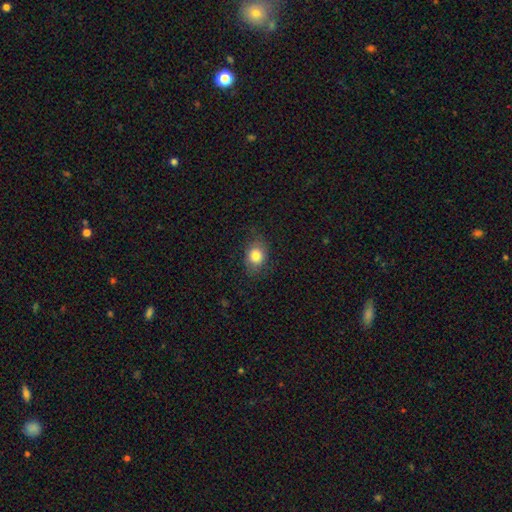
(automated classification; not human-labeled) Q: Smooth or featured?
A: smooth (81%); runner-up: star or artifact (10%)
Q: How rounded?
A: in between (55%); runner-up: round (43%)
Q: Merging?
A: none (78%); runner-up: minor disturbance (16%)